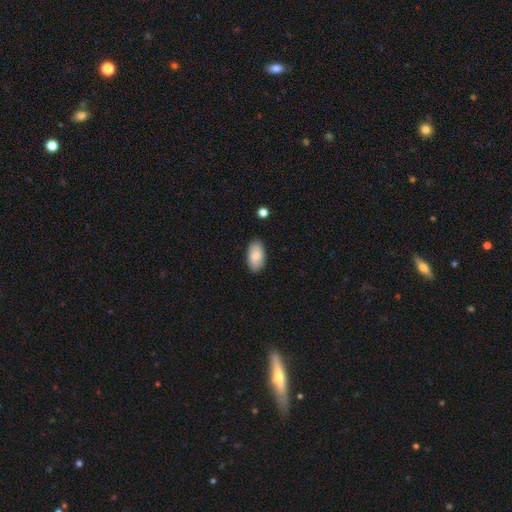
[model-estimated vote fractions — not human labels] Overall: smooth (82%). How rounded: in between (95%). Merging: none (86%).